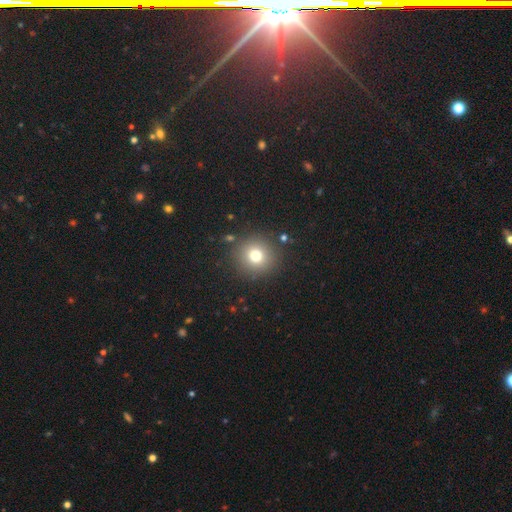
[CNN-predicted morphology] Smooth or featured?
  - smooth: 75% *
  - star or artifact: 15%
  - featured or disk: 10%
How rounded?
  - round: 93% *
  - in between: 6%
  - cigar-shaped: 1%
Merging?
  - none: 88% *
  - minor disturbance: 6%
  - major disturbance: 3%
  - merger: 2%